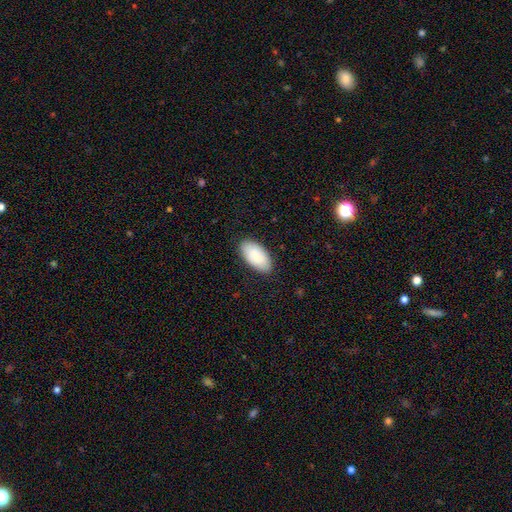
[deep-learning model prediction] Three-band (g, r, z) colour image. It shows a smooth galaxy with no disk features (88%) that is in between round and cigar-shaped (96%). Merging: none (86%).